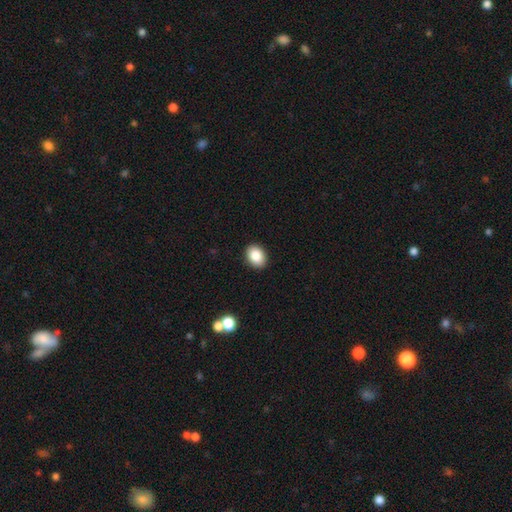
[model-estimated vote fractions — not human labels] This appears to be a smooth galaxy with no disk features (87%) that is in between round and cigar-shaped (69%). Merging: none (91%).